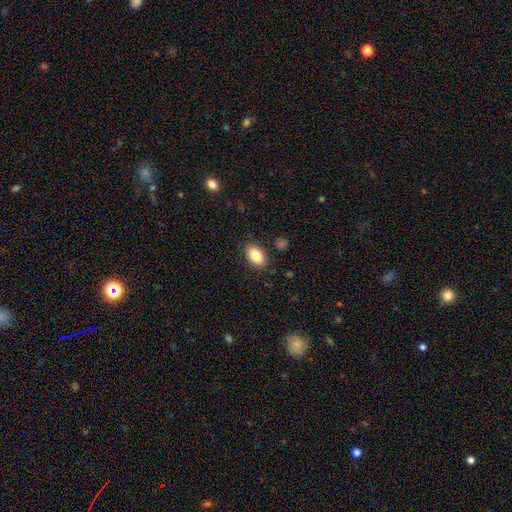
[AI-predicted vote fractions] smooth_or_featured: smooth (p=0.86) [alt: star or artifact p=0.07]
how_rounded: in between (p=0.91) [alt: round p=0.07]
merging: none (p=0.85) [alt: minor disturbance p=0.10]